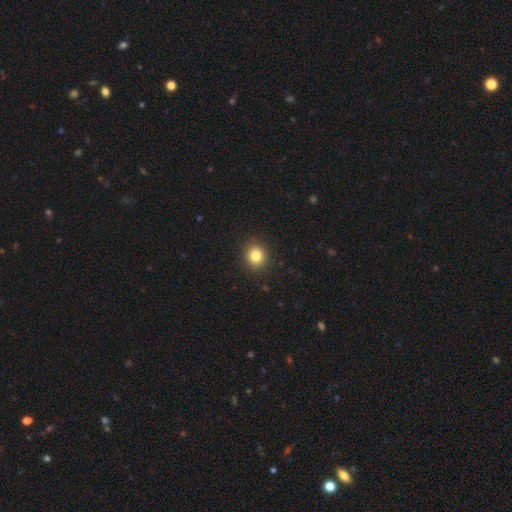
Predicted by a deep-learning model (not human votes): This appears to be a smooth galaxy with no disk features (83%) that is round (86%). Merging: none (91%).